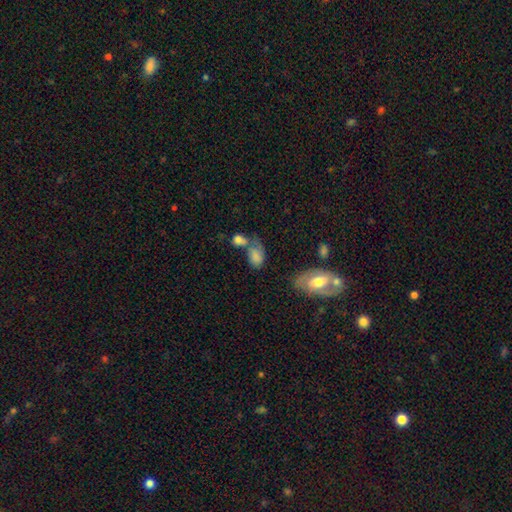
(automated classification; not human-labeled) Overall: smooth (71%). How rounded: in between (87%). Merging: merger (38%; none 27%).